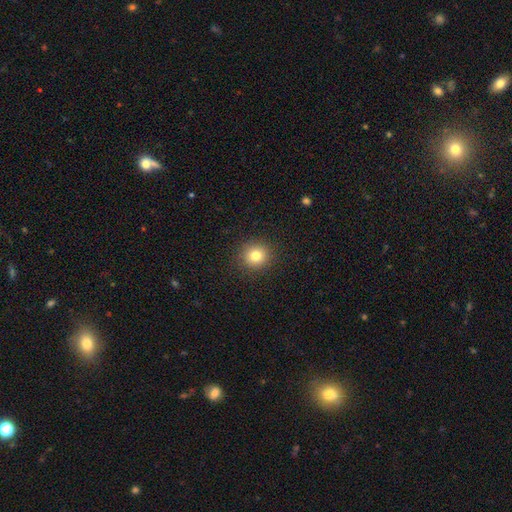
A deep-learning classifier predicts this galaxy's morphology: A smooth galaxy with no disk features (80%) that is round (91%).

Vote fractions:
- Smooth or featured? smooth: 80% / star or artifact: 12% / featured or disk: 7%
- How rounded? round: 91% / in between: 8% / cigar-shaped: 1%
- Merging? none: 91% / minor disturbance: 6% / major disturbance: 2% / merger: 1%